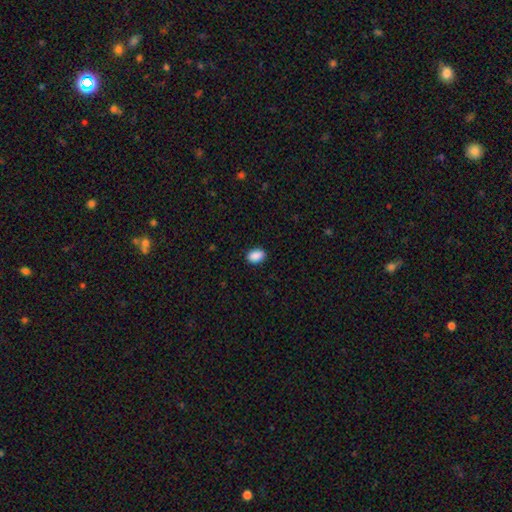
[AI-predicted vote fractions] Smooth or featured? Predicted: smooth (p=0.90). How rounded? Predicted: in between (p=0.85). Merging? Predicted: none (p=0.89).